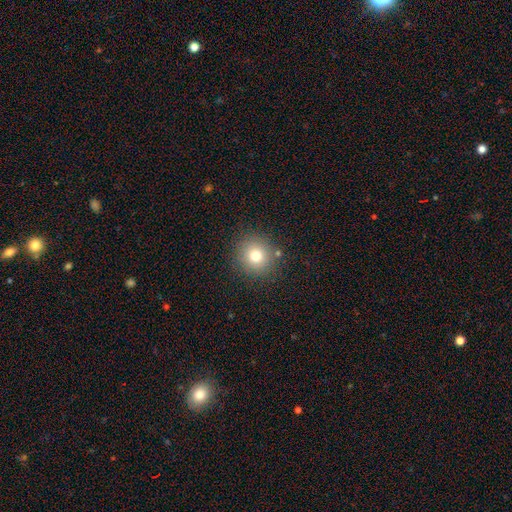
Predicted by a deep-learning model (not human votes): This is likely a smooth galaxy (75%). How rounded: clearly round (92%). Merging: clearly none (86%).